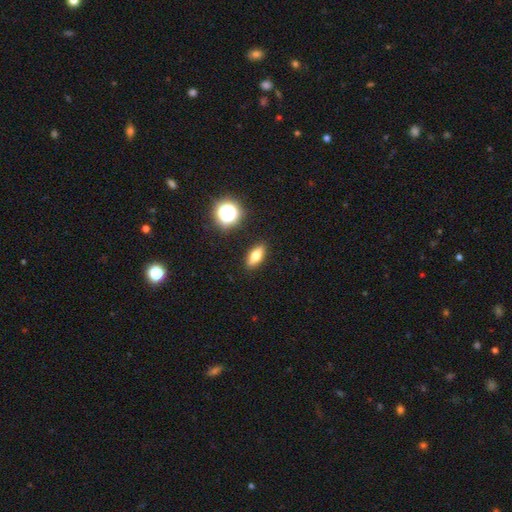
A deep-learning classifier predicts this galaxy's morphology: Smooth or featured: smooth — 70% (featured or disk — 19%)
How rounded: in between — 70% (cigar-shaped — 22%)
Merging: none — 89% (minor disturbance — 7%)